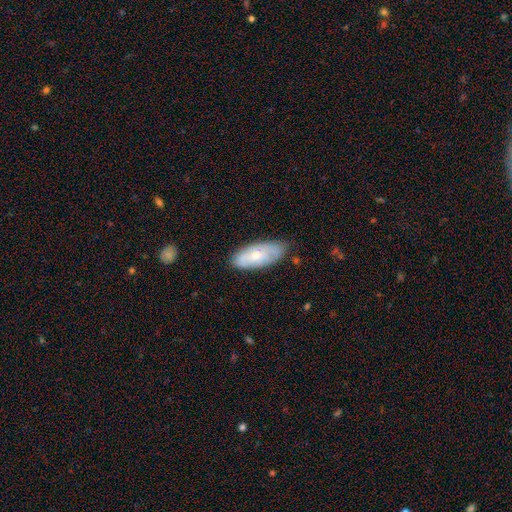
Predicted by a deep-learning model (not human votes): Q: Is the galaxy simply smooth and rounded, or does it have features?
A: smooth — 60%.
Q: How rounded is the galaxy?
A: in between — 83%.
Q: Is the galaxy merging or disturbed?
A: none — 65%.